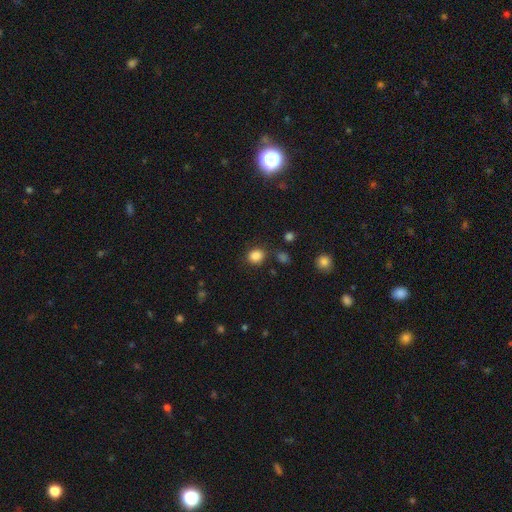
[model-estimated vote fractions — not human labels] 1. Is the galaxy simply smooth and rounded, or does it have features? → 85% smooth, 11% star or artifact, 3% featured or disk.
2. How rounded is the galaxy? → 67% round, 32% in between, 1% cigar-shaped.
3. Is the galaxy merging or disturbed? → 81% none, 12% minor disturbance, 4% major disturbance, 4% merger.